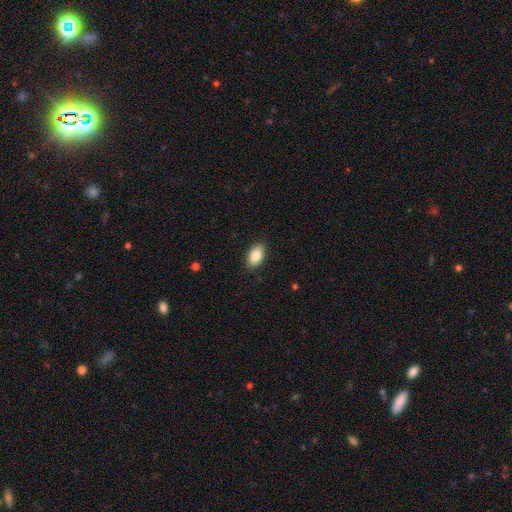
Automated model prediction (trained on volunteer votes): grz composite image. It shows a smooth galaxy with no disk features (86%) that is in between round and cigar-shaped (92%). Merging: none (88%).